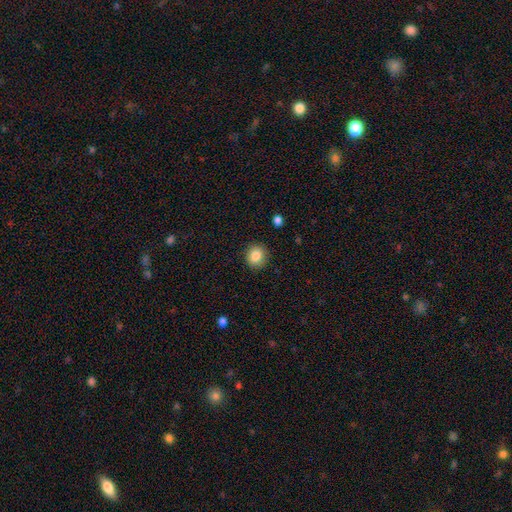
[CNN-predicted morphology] Smooth or featured? Predicted: smooth (p=0.86). How rounded? Predicted: round (p=0.81). Merging? Predicted: none (p=0.89).